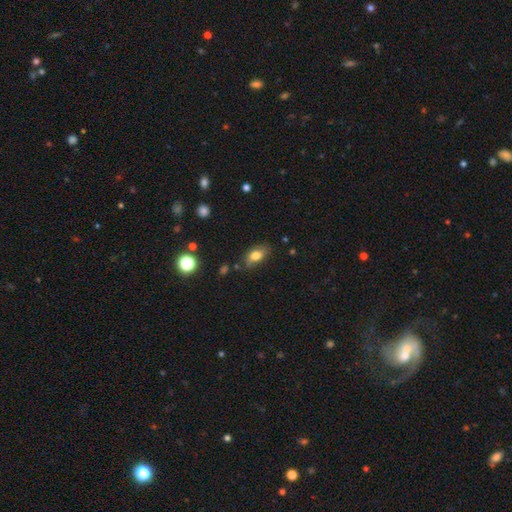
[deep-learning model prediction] Smooth or featured? smooth (76%)
How rounded? in between (85%)
Merging? none (72%)